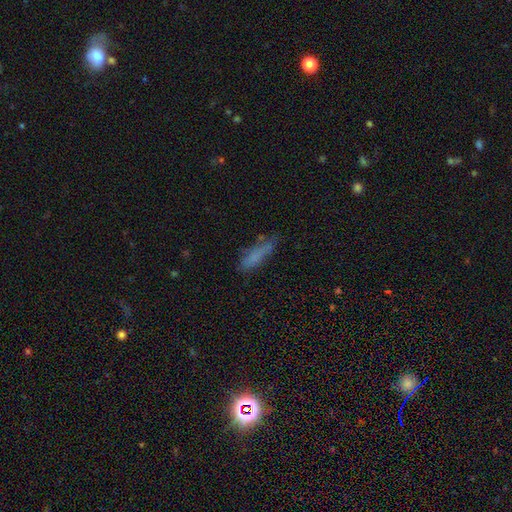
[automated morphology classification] Q: Smooth or featured?
A: smooth (73%); runner-up: featured or disk (17%)
Q: How rounded?
A: cigar-shaped (70%); runner-up: in between (28%)
Q: Merging?
A: none (57%); runner-up: minor disturbance (28%)